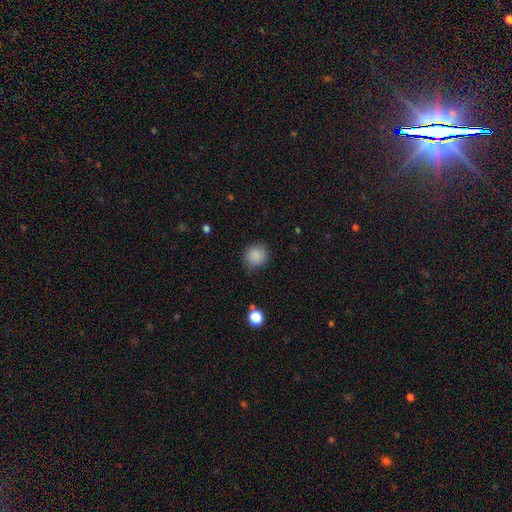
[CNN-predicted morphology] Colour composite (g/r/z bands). It shows a smooth galaxy with no disk features (87%) that is round (86%). Merging: none (81%).